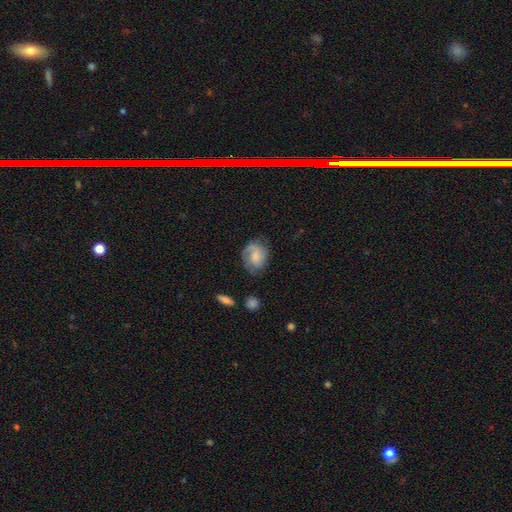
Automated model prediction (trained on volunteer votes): Smooth or featured?
  - featured or disk: 50% *
  - smooth: 42%
  - star or artifact: 8%
Edge-on disk?
  - no: 97% *
  - yes: 3%
Merging?
  - none: 61% *
  - minor disturbance: 24%
  - major disturbance: 13%
  - merger: 2%